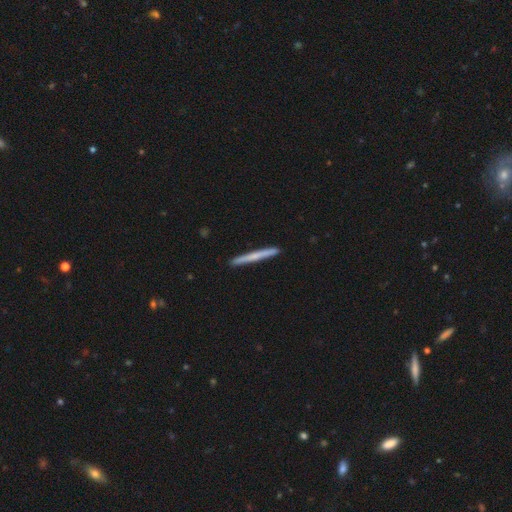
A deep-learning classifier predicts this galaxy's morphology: type=smooth (55%); roundness=cigar-shaped (97%); merging=none (92%).